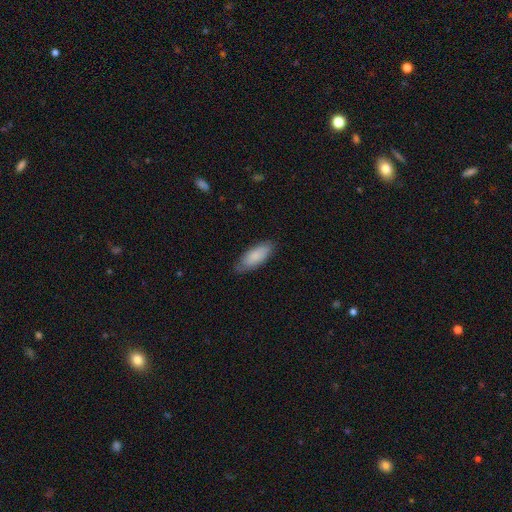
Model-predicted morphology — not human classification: smooth 83%, featured or disk 11%, star or artifact 5%. Down the decision tree: how rounded — in between (77%); merging — none (79%).